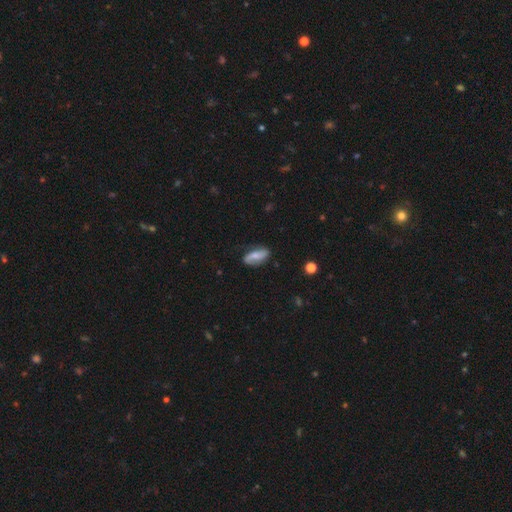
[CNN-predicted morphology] Smooth or featured? Predicted: featured or disk (p=0.48). Merging? Predicted: none (p=0.75).